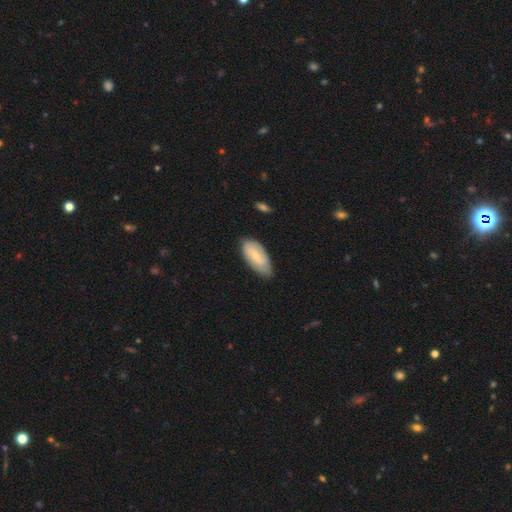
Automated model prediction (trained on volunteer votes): smooth 50%, featured or disk 44%, star or artifact 6%. Down the decision tree: how rounded — in between (91%); merging — none (73%).